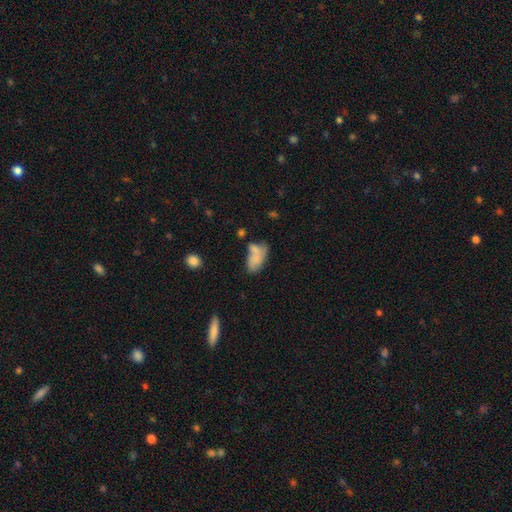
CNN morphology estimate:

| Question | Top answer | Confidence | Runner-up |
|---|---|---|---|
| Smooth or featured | smooth | 69% | featured or disk (21%) |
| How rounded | in between | 90% | round (6%) |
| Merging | merger | 33% | none (29%) |